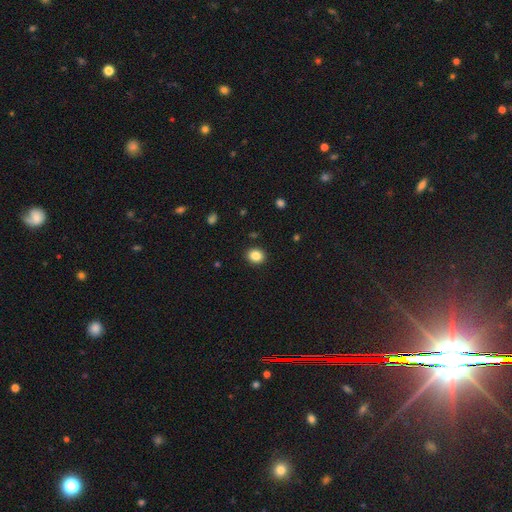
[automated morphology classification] Overall: smooth (85%). How rounded: round (68%; in between 31%). Merging: none (91%).